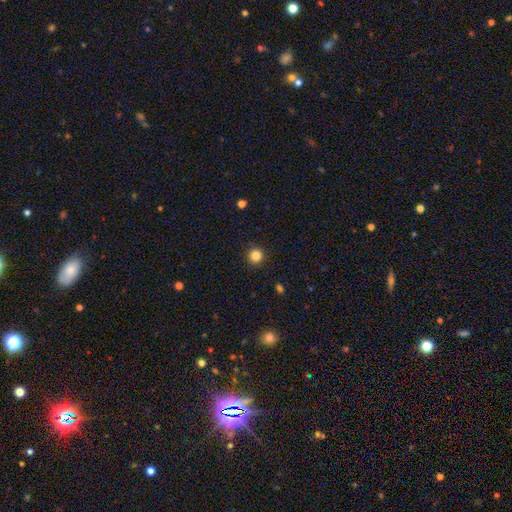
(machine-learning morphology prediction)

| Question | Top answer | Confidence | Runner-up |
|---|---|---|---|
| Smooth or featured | smooth | 85% | star or artifact (11%) |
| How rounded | round | 95% | in between (4%) |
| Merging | none | 91% | minor disturbance (6%) |